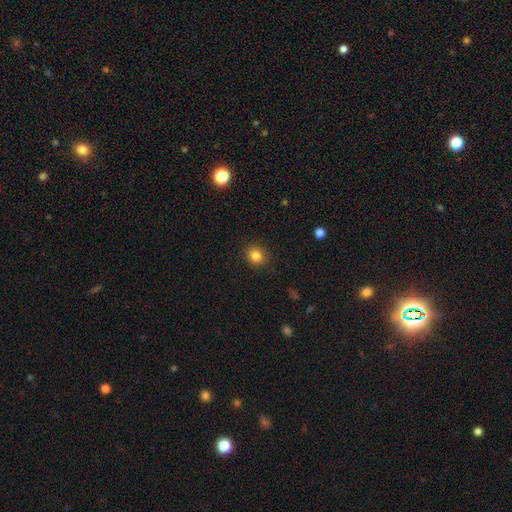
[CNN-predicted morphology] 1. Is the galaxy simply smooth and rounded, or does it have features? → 84% smooth, 11% star or artifact, 5% featured or disk.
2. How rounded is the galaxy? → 82% round, 18% in between, 1% cigar-shaped.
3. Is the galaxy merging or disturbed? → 91% none, 6% minor disturbance, 2% major disturbance, 1% merger.